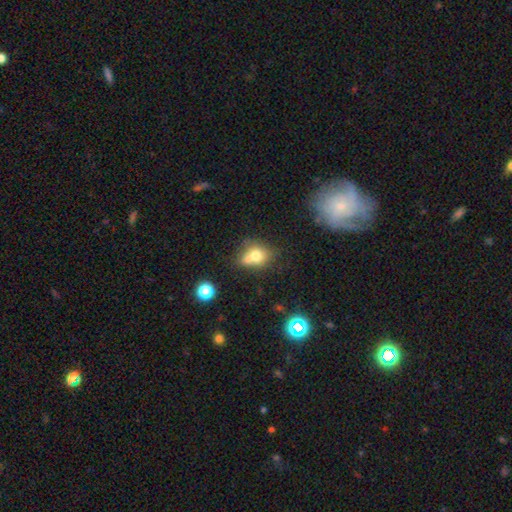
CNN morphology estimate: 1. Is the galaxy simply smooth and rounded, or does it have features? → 69% smooth, 18% featured or disk, 12% star or artifact.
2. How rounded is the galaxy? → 55% round, 43% in between, 2% cigar-shaped.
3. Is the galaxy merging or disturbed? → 38% merger (tied), 38% none (tied), 16% minor disturbance, 8% major disturbance.